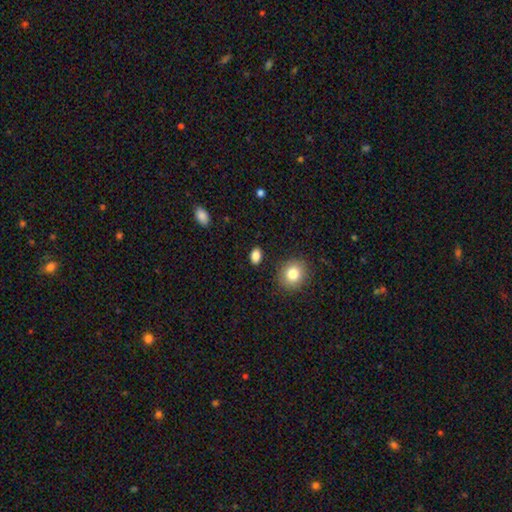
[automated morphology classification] smooth-or-featured: smooth: 86% | star or artifact: 10% | featured or disk: 5%
  how-rounded: in between: 79% | round: 19% | cigar-shaped: 2%
  merging: none: 88% | minor disturbance: 8% | major disturbance: 2% | merger: 2%